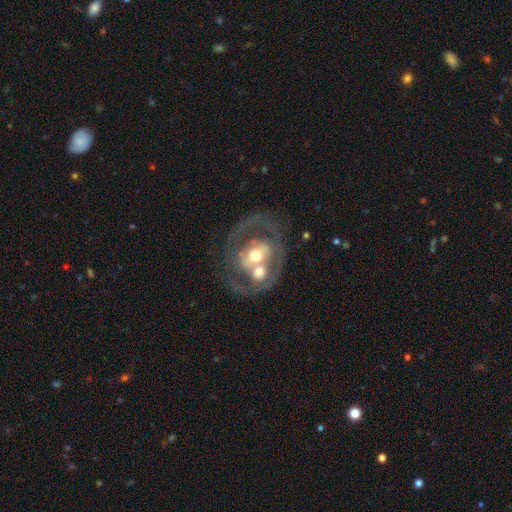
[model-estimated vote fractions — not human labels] A featured or disk galaxy (70%) with no bar (52%), no spiral arms (61%) and a moderate central bulge (71%). Merging: none (38%).